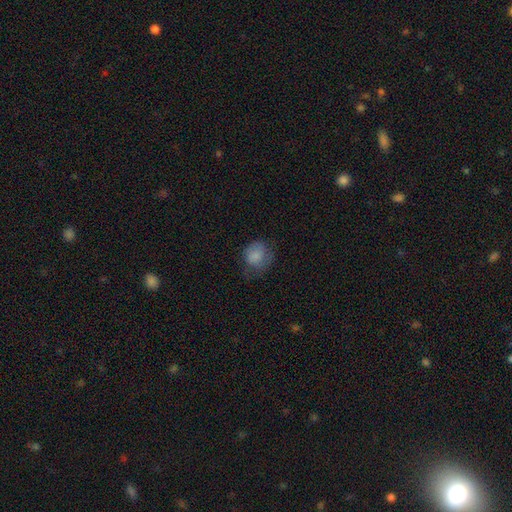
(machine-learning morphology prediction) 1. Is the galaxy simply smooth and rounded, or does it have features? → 76% smooth, 15% featured or disk, 9% star or artifact.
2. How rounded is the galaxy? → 70% round, 29% in between, 1% cigar-shaped.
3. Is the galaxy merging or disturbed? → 51% none, 30% minor disturbance, 18% major disturbance, 1% merger.